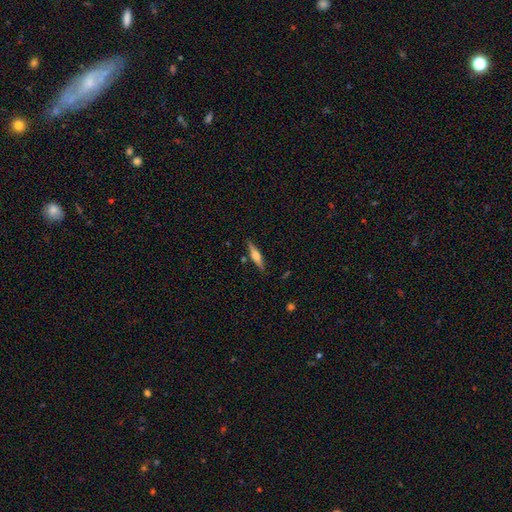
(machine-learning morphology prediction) This is possibly a featured or disk galaxy (55%). It is clearly viewed edge-on (96%). Edge-on bulge: clearly rounded (84%). Merging: clearly none (85%).